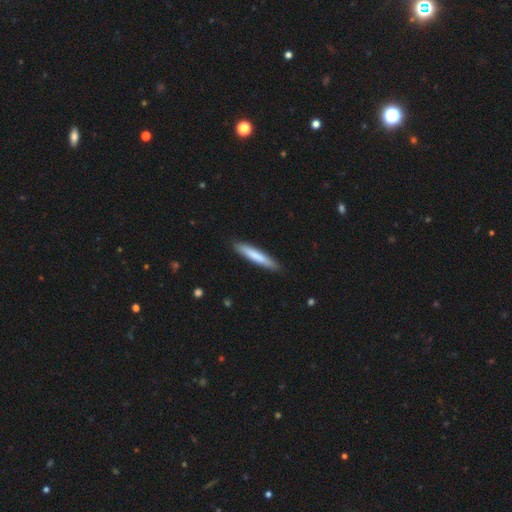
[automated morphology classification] The model was most divided on "smooth or featured": smooth: 76%, featured or disk: 19%, star or artifact: 5%. More confident: how rounded — cigar-shaped (93%); merging — none (89%).